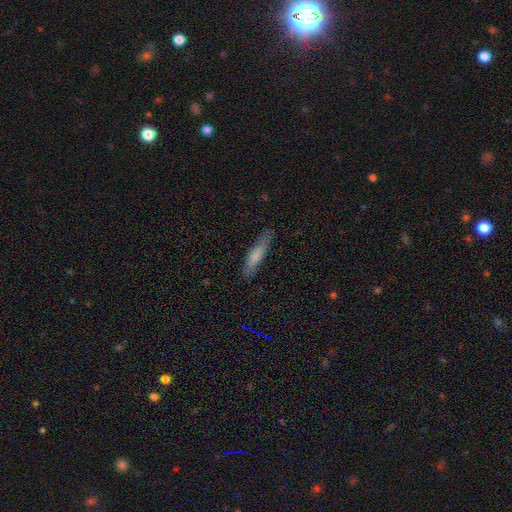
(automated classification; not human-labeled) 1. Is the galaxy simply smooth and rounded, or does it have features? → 74% smooth, 20% featured or disk, 6% star or artifact.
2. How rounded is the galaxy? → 82% cigar-shaped, 16% in between, 1% round.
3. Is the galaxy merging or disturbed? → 81% none, 15% minor disturbance, 3% major disturbance, 1% merger.